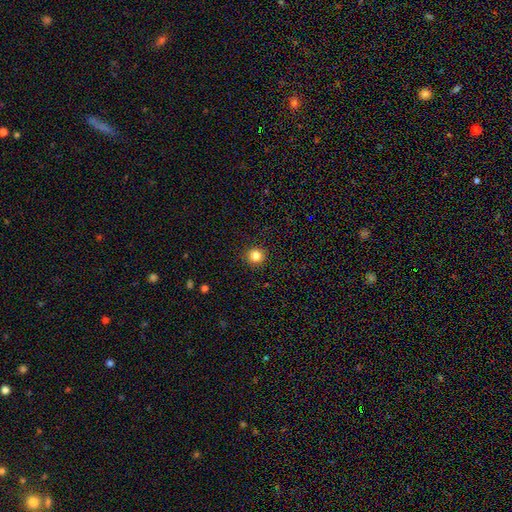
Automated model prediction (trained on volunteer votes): smooth 84%, star or artifact 11%, featured or disk 5%. Down the decision tree: how rounded — round (93%); merging — none (92%).